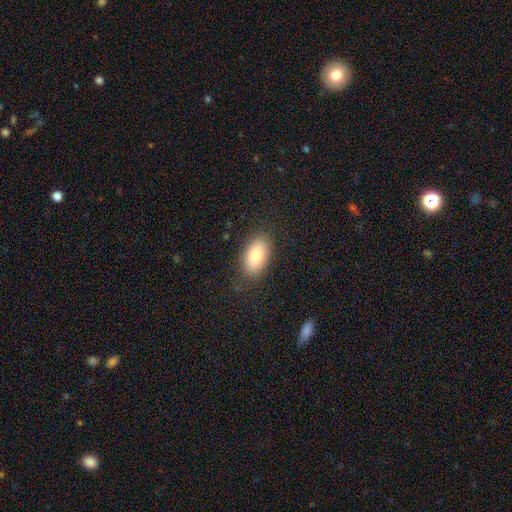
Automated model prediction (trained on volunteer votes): smooth_or_featured: smooth (p=0.80) [alt: featured or disk p=0.12]
how_rounded: in between (p=0.92) [alt: round p=0.05]
merging: none (p=0.84) [alt: minor disturbance p=0.12]